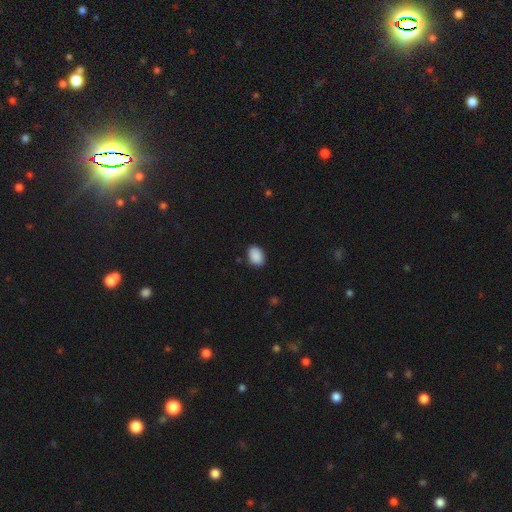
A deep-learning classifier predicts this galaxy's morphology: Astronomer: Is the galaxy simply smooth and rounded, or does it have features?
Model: smooth — 90%.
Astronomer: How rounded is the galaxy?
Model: in between — 81%.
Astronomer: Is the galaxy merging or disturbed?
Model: none — 85%.